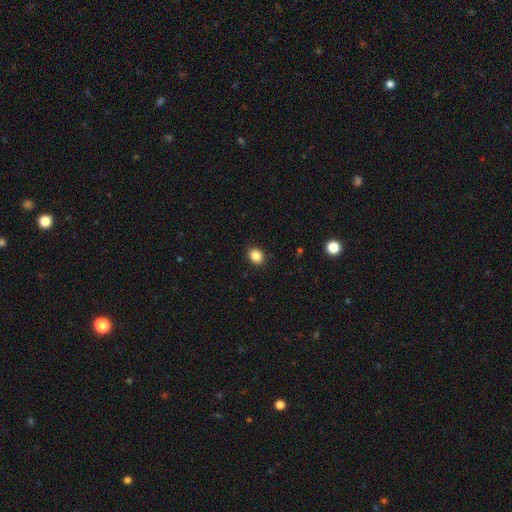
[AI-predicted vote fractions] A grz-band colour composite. It shows a smooth galaxy with no disk features (86%) that is round (52%). Merging: none (90%).